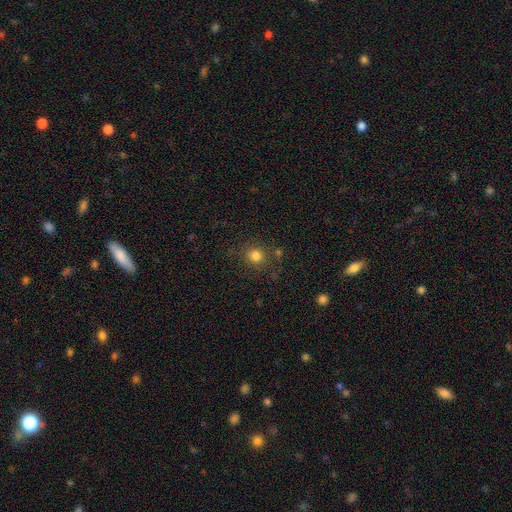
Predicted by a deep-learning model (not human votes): This is clearly a smooth galaxy (81%). How rounded: clearly round (87%). Merging: clearly none (81%).